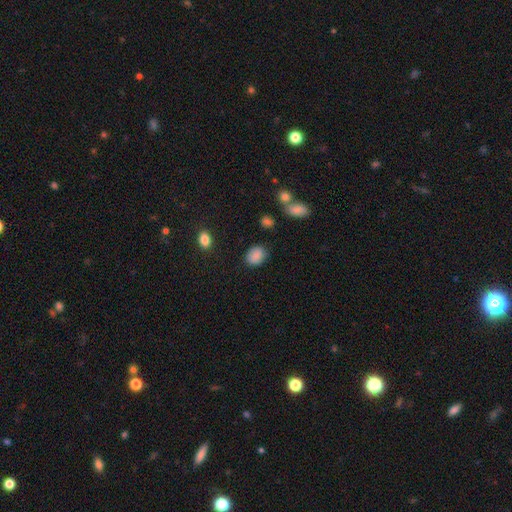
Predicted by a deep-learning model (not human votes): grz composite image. It shows a smooth galaxy with no disk features (87%) that is in between round and cigar-shaped (68%). Merging: none (80%).